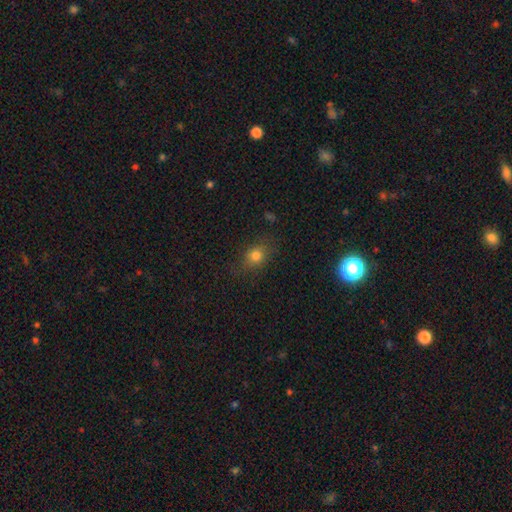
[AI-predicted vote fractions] Q: Smooth or featured?
A: smooth (76%); runner-up: star or artifact (14%)
Q: How rounded?
A: in between (51%); runner-up: round (46%)
Q: Merging?
A: none (78%); runner-up: minor disturbance (15%)